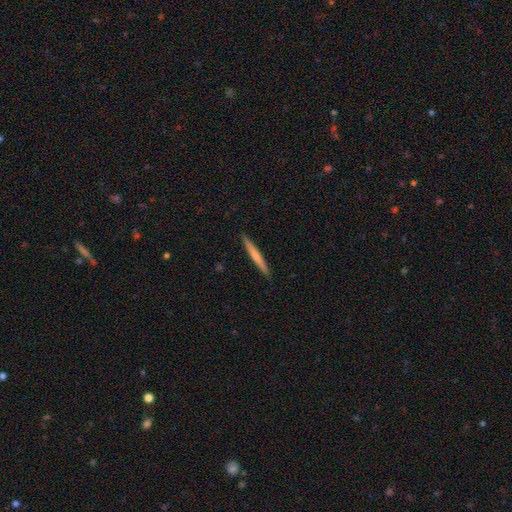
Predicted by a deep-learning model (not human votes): The model was most divided on "smooth or featured": smooth: 58%, featured or disk: 37%, star or artifact: 5%. More confident: how rounded — cigar-shaped (97%); merging — none (92%).